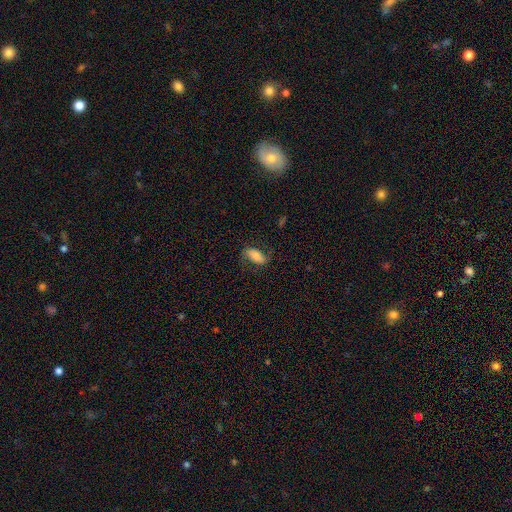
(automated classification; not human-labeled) smooth 65%, featured or disk 27%, star or artifact 8%. Down the decision tree: how rounded — in between (87%); merging — none (68%).